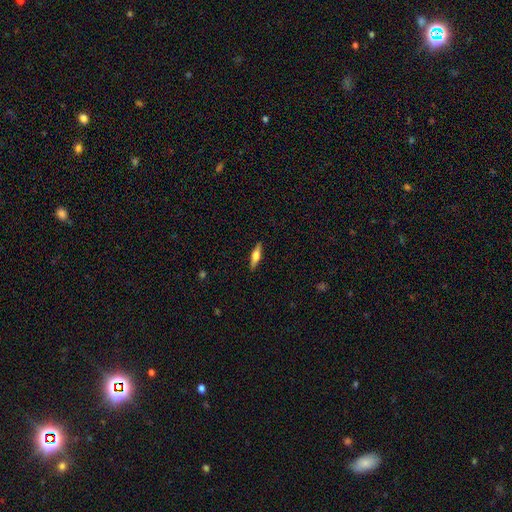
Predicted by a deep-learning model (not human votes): The model was most divided on "smooth or featured": featured or disk: 53%, smooth: 41%, star or artifact: 6%. More confident: edge-on disk — yes (95%); edge-on bulge — rounded (90%); merging — none (90%).